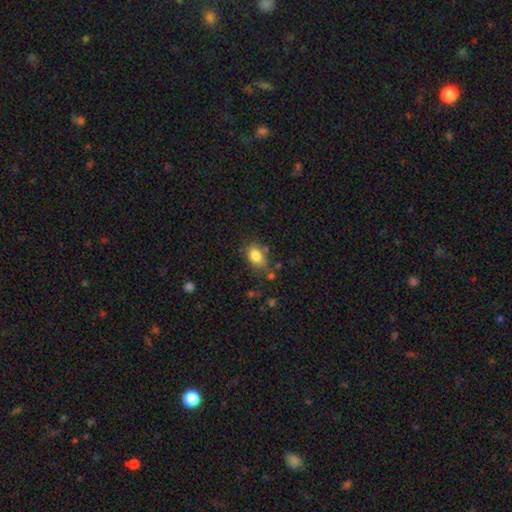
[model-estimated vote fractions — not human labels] Smooth or featured?
  - smooth: 82% *
  - star or artifact: 9%
  - featured or disk: 9%
How rounded?
  - in between: 75% *
  - round: 23%
  - cigar-shaped: 2%
Merging?
  - none: 63% *
  - minor disturbance: 22%
  - merger: 8%
  - major disturbance: 6%